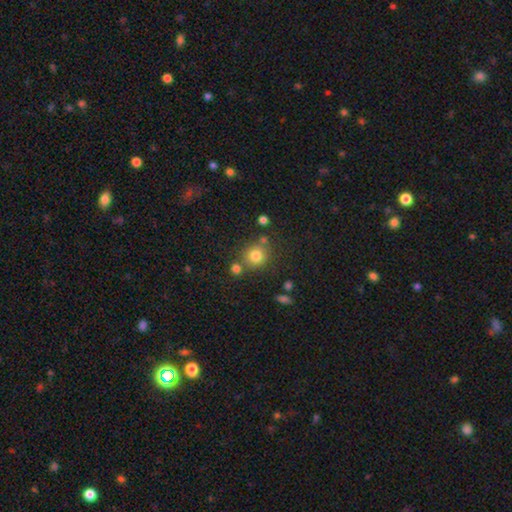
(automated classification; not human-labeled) smooth-or-featured: smooth: 79% | star or artifact: 13% | featured or disk: 8%
  how-rounded: round: 87% | in between: 12% | cigar-shaped: 1%
  merging: none: 70% | merger: 15% | minor disturbance: 11% | major disturbance: 4%